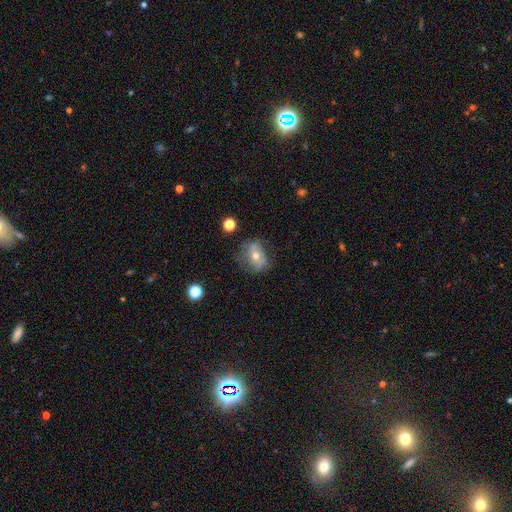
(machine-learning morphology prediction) featured or disk 46%, smooth 43%, star or artifact 10%. Down the decision tree: merging — none (55%).